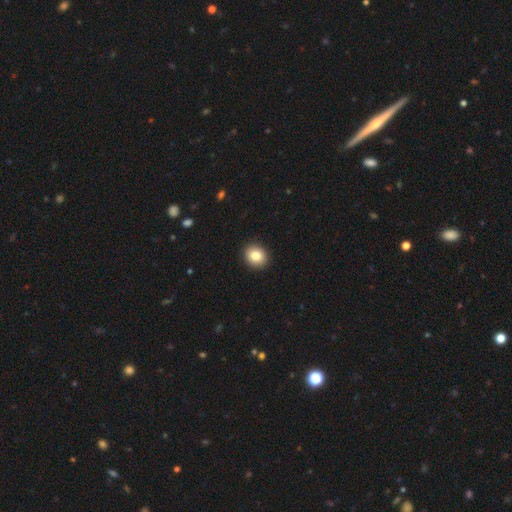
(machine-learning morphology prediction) smooth-or-featured: smooth: 83% | star or artifact: 9% | featured or disk: 8%
  how-rounded: round: 76% | in between: 23% | cigar-shaped: 1%
  merging: none: 92% | minor disturbance: 5% | major disturbance: 2% | merger: 1%